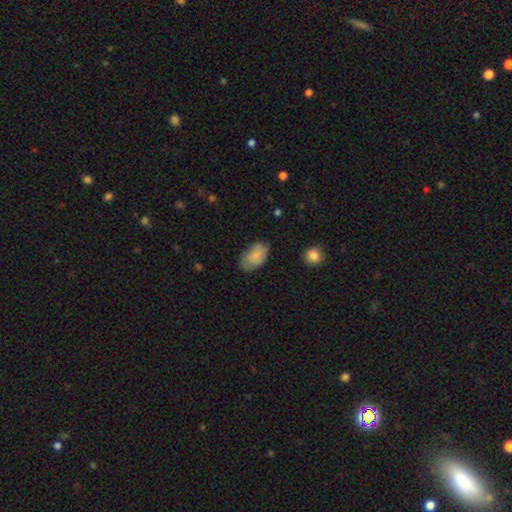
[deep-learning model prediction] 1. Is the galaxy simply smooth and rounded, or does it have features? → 79% smooth, 14% featured or disk, 7% star or artifact.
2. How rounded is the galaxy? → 91% in between, 8% round, 1% cigar-shaped.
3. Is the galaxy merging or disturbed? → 65% none, 26% minor disturbance, 6% major disturbance, 2% merger.